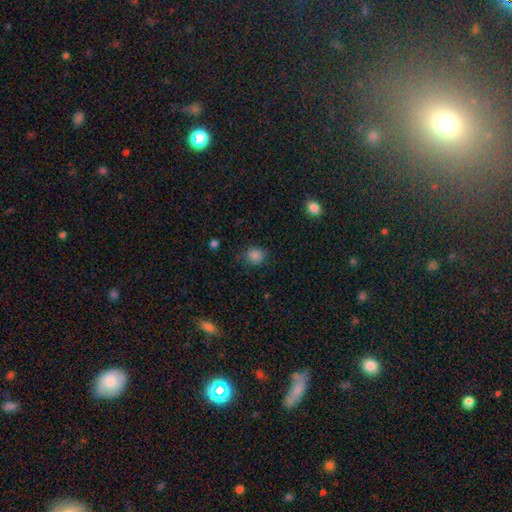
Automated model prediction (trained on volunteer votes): The model was most divided on "how rounded": round: 80%, in between: 19%, cigar-shaped: 1%. More confident: smooth or featured — smooth (84%); merging — none (79%).